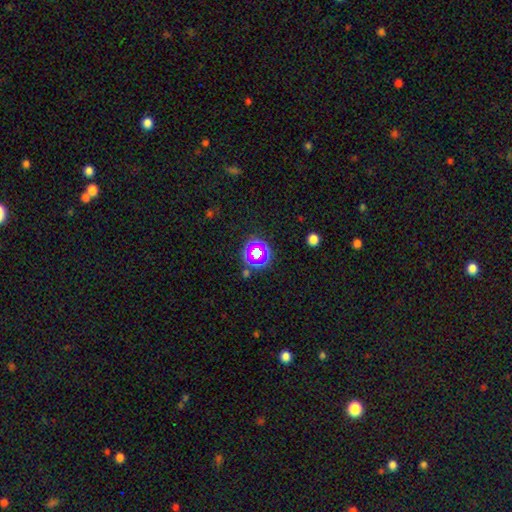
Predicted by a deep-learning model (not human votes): star or artifact 49%, smooth 34%, featured or disk 17%.